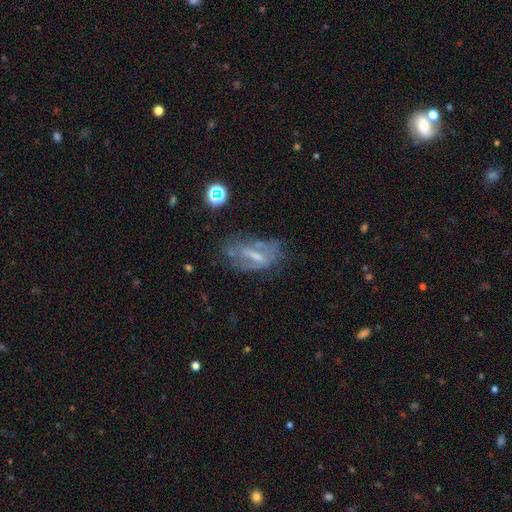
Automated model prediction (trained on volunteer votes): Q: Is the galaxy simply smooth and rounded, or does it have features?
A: featured or disk — 59%.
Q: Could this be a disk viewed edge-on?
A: no — 84%.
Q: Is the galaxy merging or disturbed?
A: none — 49%.